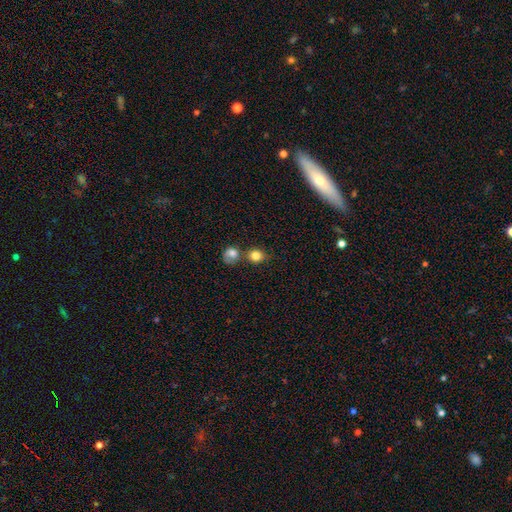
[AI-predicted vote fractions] This appears to be a smooth galaxy with no disk features (82%) that is round (76%). Merging: none (58%).